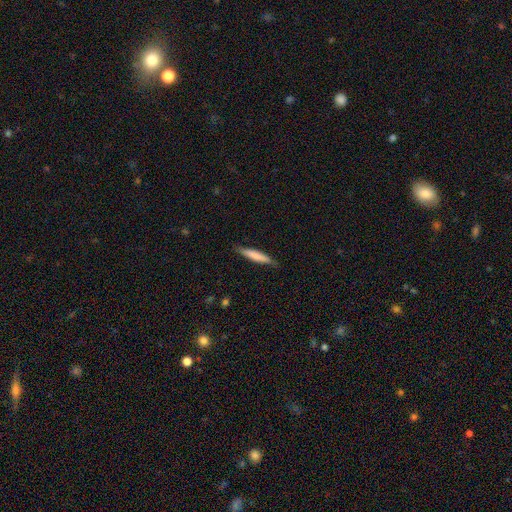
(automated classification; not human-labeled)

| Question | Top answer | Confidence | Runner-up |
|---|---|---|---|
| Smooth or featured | smooth | 72% | featured or disk (22%) |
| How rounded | cigar-shaped | 91% | in between (8%) |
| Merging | none | 85% | minor disturbance (12%) |